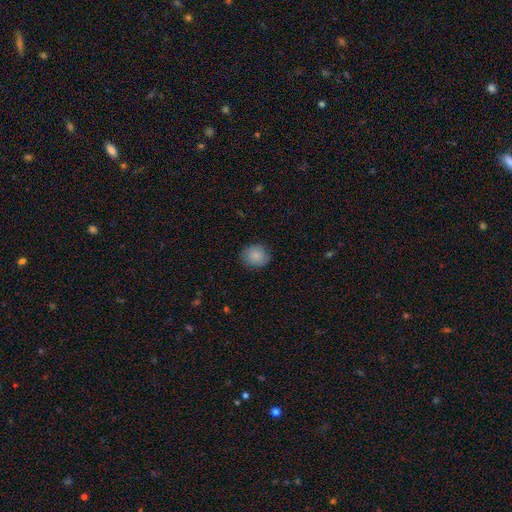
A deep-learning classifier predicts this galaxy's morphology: smooth_or_featured: smooth (p=0.85) [alt: featured or disk p=0.08]
how_rounded: round (p=0.72) [alt: in between p=0.27]
merging: none (p=0.84) [alt: minor disturbance p=0.12]